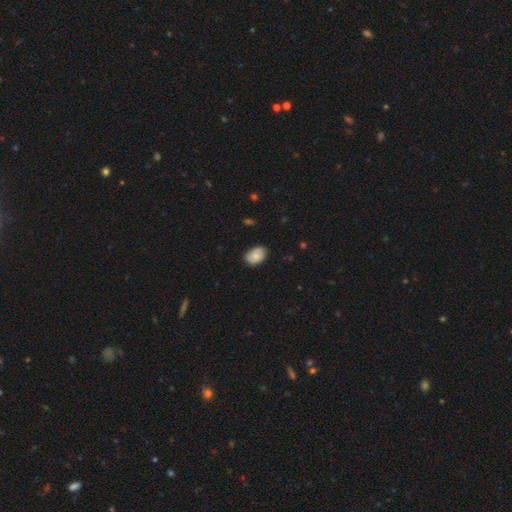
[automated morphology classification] smooth 80%, featured or disk 13%, star or artifact 7%. Down the decision tree: how rounded — in between (84%); merging — none (79%).